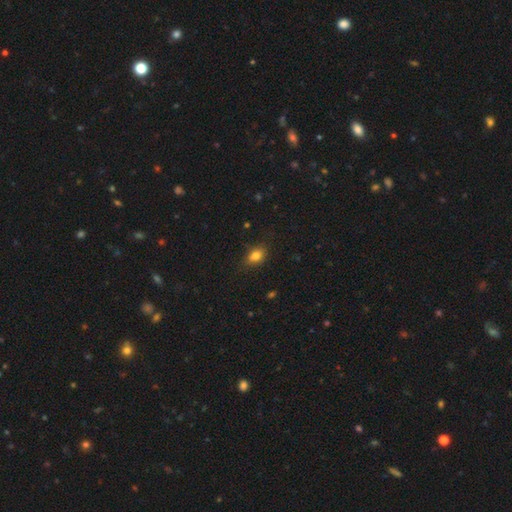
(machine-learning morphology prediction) Overall: smooth (81%). How rounded: in between (73%). Merging: none (79%).